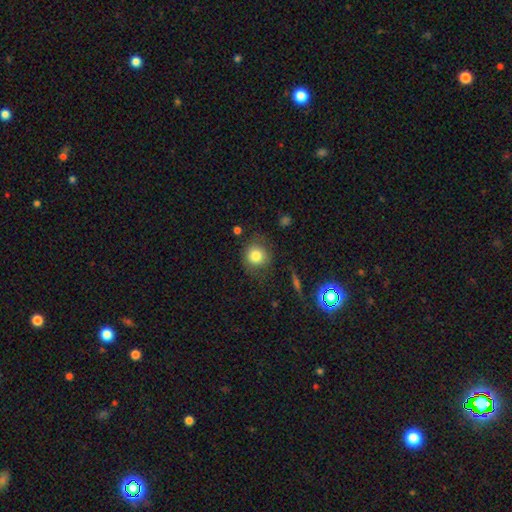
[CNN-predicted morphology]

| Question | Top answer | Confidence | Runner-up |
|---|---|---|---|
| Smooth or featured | smooth | 81% | star or artifact (10%) |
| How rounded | round | 87% | in between (12%) |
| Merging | none | 75% | minor disturbance (17%) |